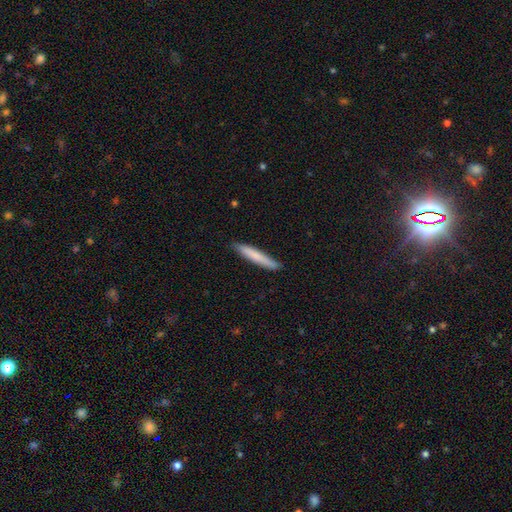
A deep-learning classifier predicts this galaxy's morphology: smooth_or_featured: smooth (p=0.74) [alt: featured or disk p=0.20]
how_rounded: cigar-shaped (p=0.95) [alt: in between p=0.04]
merging: none (p=0.88) [alt: minor disturbance p=0.09]